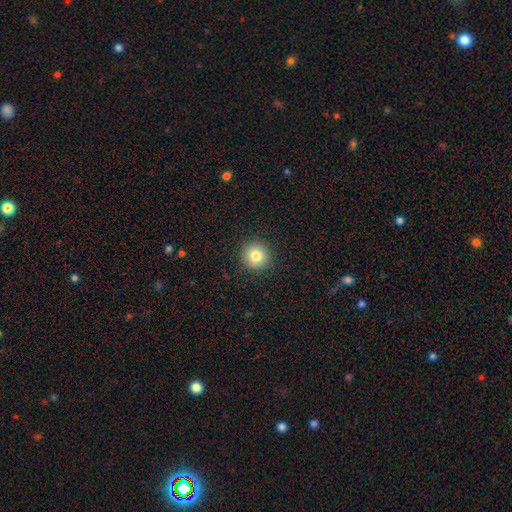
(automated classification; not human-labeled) smooth_or_featured: smooth (p=0.82) [alt: star or artifact p=0.10]
how_rounded: round (p=0.94) [alt: in between p=0.05]
merging: none (p=0.91) [alt: minor disturbance p=0.06]